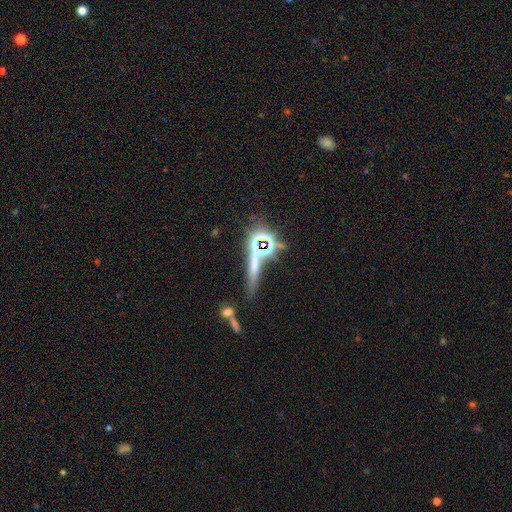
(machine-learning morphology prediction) Q: Smooth or featured?
A: star or artifact (47%); runner-up: smooth (30%)